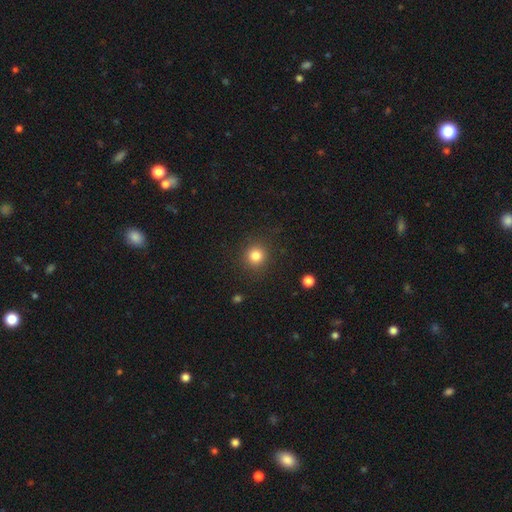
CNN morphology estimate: smooth-or-featured: smooth: 82% | star or artifact: 12% | featured or disk: 5%
  how-rounded: round: 92% | in between: 8% | cigar-shaped: 1%
  merging: none: 89% | minor disturbance: 7% | major disturbance: 3% | merger: 1%